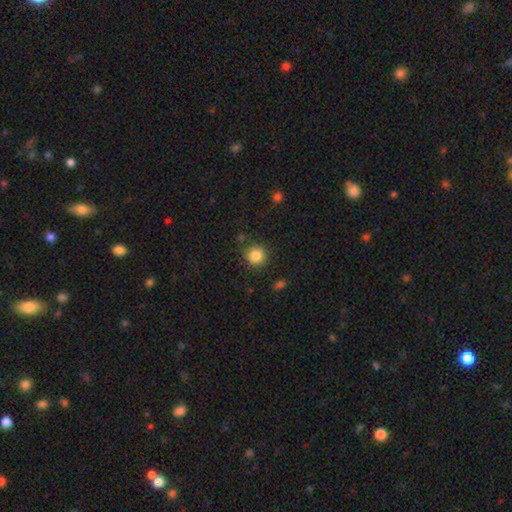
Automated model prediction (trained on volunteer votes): A smooth galaxy with no disk features (85%) that is round (92%). Merging: none (86%).